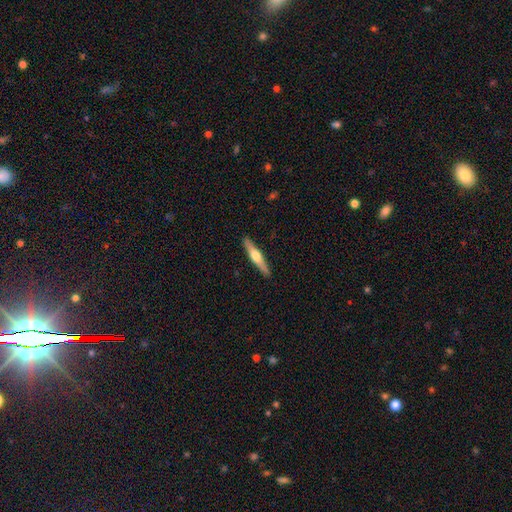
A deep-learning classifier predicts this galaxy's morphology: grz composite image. It shows a featured or disk galaxy (59%) viewed edge-on (97%) with a rounded central bulge (92%). Merging: none (91%).